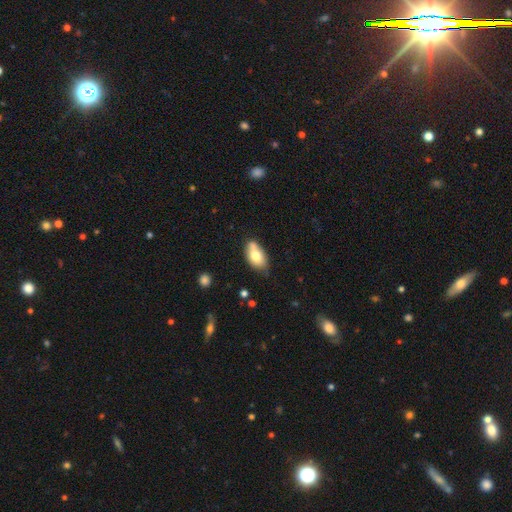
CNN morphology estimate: A smooth galaxy with no disk features (73%) that is in between round and cigar-shaped (91%). Merging: none (50%).